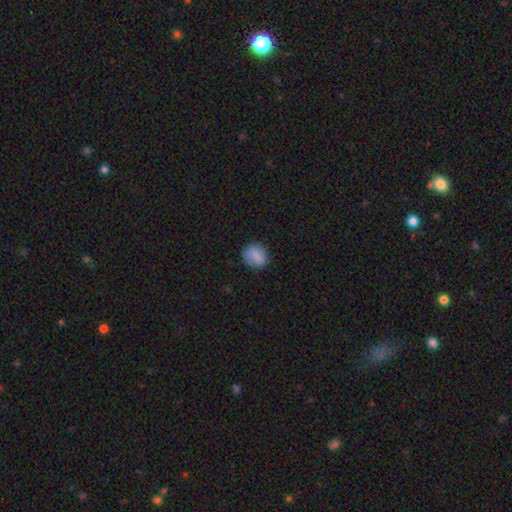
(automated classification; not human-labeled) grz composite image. It shows a smooth galaxy with no disk features (78%) that is round (64%). Merging: none (81%).